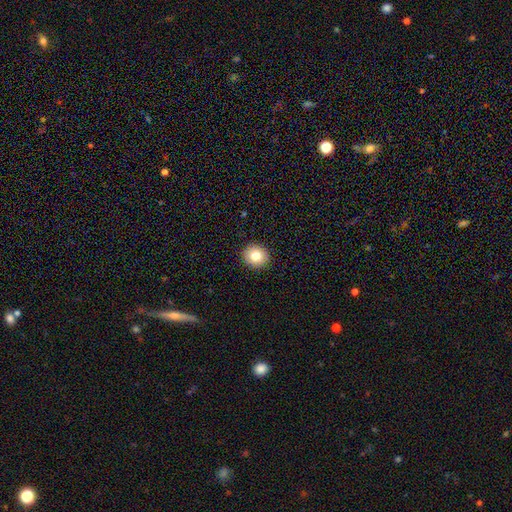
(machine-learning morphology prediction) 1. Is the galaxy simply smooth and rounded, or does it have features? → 81% smooth, 10% featured or disk, 9% star or artifact.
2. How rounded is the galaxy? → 86% round, 13% in between, 1% cigar-shaped.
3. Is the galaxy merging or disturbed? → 92% none, 5% minor disturbance, 2% major disturbance, 1% merger.